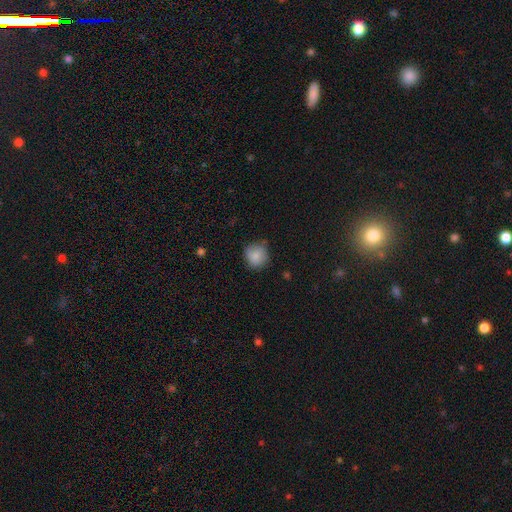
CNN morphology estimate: A smooth galaxy with no disk features (85%) that is round (86%).

Vote fractions:
- Smooth or featured? smooth: 85% / star or artifact: 9% / featured or disk: 7%
- How rounded? round: 86% / in between: 13% / cigar-shaped: 1%
- Merging? none: 73% / minor disturbance: 21% / major disturbance: 4% / merger: 2%